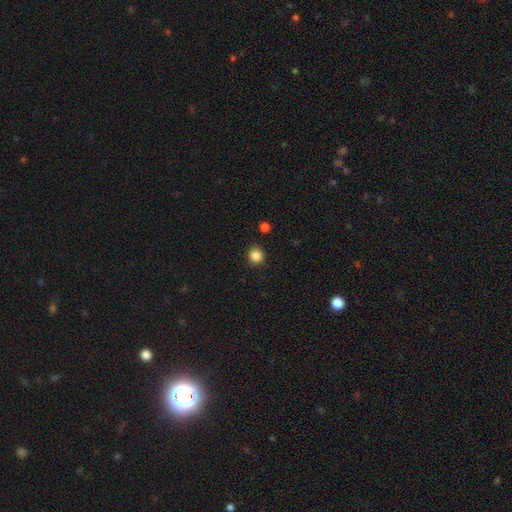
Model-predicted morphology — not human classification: A smooth galaxy with no disk features (86%) that is round (92%).

Vote fractions:
- Smooth or featured? smooth: 86% / star or artifact: 11% / featured or disk: 4%
- How rounded? round: 92% / in between: 7% / cigar-shaped: 1%
- Merging? none: 91% / minor disturbance: 5% / major disturbance: 2% / merger: 2%